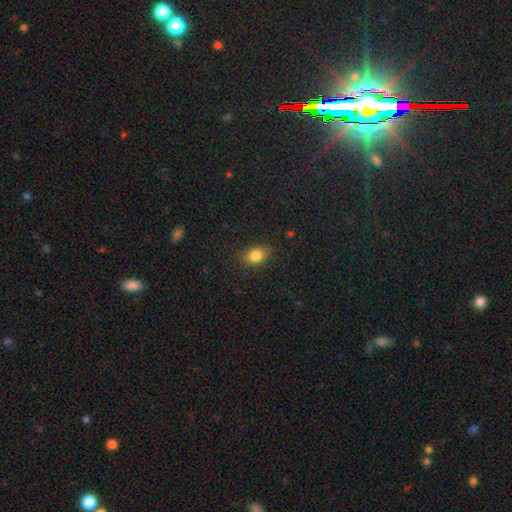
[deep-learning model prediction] This is clearly a smooth galaxy (83%). How rounded: likely in between (70%). Merging: clearly none (81%).